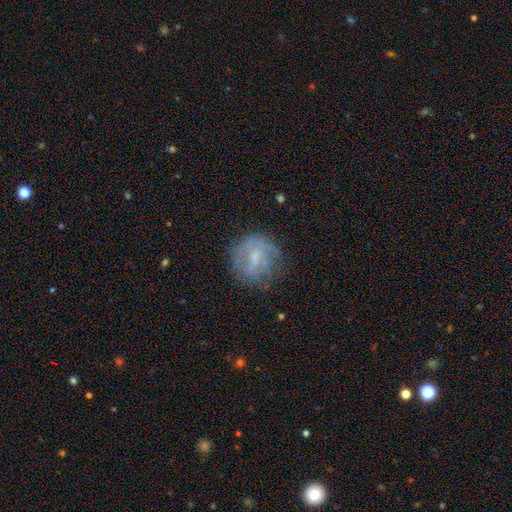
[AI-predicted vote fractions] featured or disk 48%, smooth 43%, star or artifact 10%. Down the decision tree: merging — none (63%).